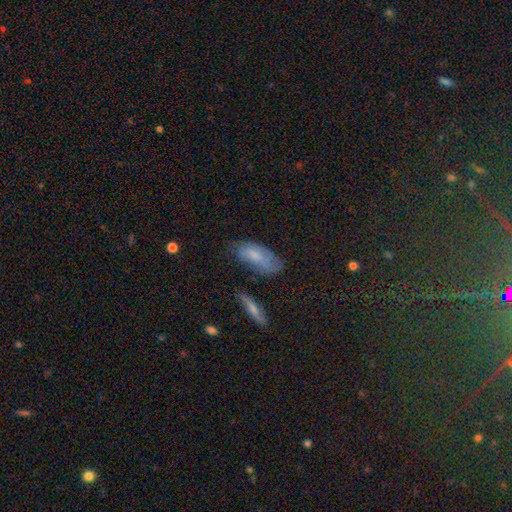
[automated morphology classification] smooth_or_featured: smooth (p=0.63) [alt: featured or disk p=0.28]
how_rounded: in between (p=0.85) [alt: cigar-shaped p=0.12]
merging: none (p=0.51) [alt: minor disturbance p=0.31]